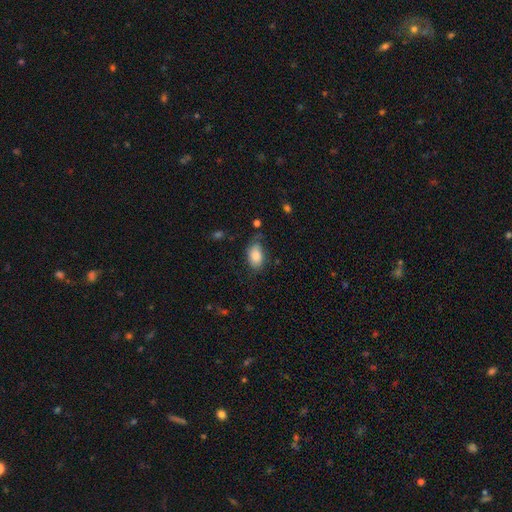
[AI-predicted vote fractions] Overall: smooth (82%). How rounded: in between (91%). Merging: none (60%; minor disturbance 27%).